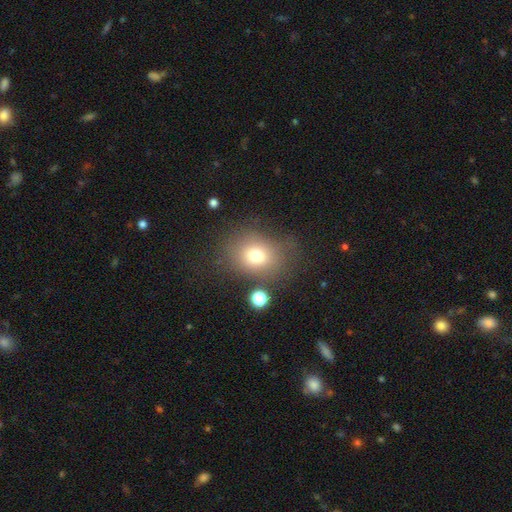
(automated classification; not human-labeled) Smooth or featured?
  - smooth: 74% *
  - star or artifact: 14%
  - featured or disk: 12%
How rounded?
  - in between: 50% *
  - round: 49%
  - cigar-shaped: 1%
Merging?
  - none: 68% *
  - minor disturbance: 17%
  - major disturbance: 10%
  - merger: 5%